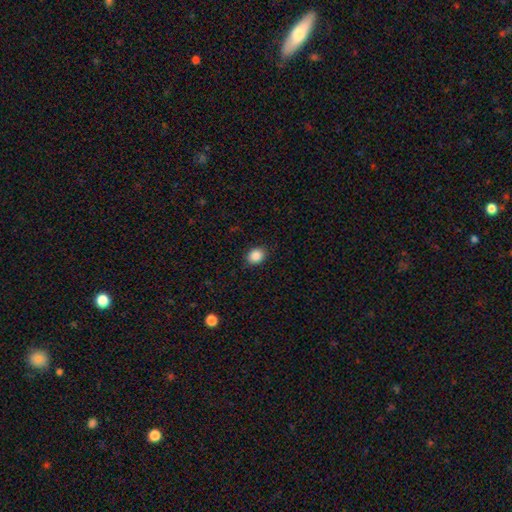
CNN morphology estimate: This is clearly a smooth galaxy (87%). How rounded: possibly round (51%). Merging: clearly none (88%).